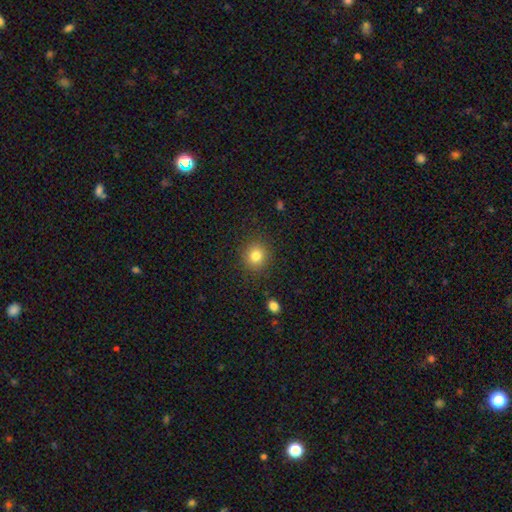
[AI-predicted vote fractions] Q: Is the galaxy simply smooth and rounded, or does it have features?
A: smooth — 82%.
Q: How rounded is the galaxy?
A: round — 86%.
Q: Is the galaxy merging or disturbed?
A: none — 88%.